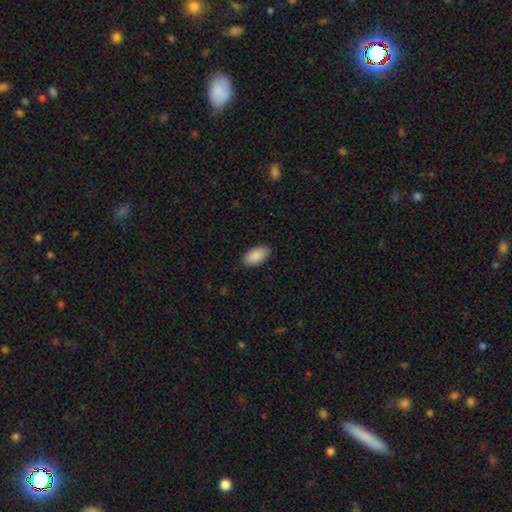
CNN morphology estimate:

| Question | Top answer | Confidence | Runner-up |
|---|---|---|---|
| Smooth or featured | smooth | 90% | star or artifact (6%) |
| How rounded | in between | 95% | round (3%) |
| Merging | none | 88% | minor disturbance (9%) |